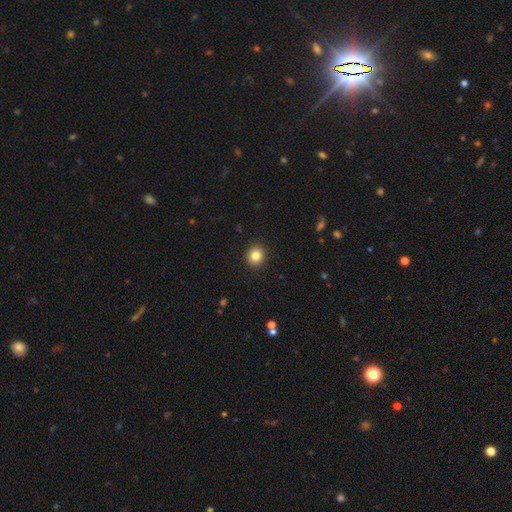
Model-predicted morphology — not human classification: smooth_or_featured: smooth (p=0.84) [alt: star or artifact p=0.10]
how_rounded: round (p=0.87) [alt: in between p=0.12]
merging: none (p=0.92) [alt: minor disturbance p=0.05]